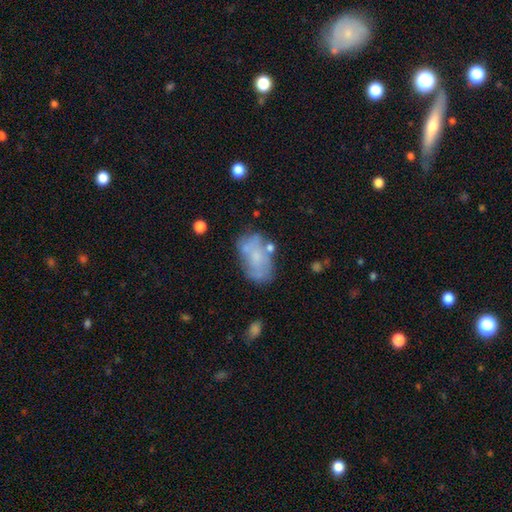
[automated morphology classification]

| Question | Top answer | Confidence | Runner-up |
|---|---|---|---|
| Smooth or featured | smooth | 48% | featured or disk (44%) |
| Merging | none | 50% | minor disturbance (25%) |